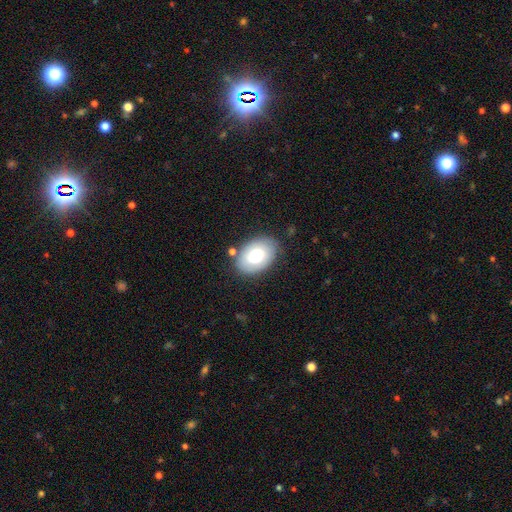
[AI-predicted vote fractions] smooth 73%, featured or disk 20%, star or artifact 7%. Down the decision tree: how rounded — in between (84%); merging — none (79%).